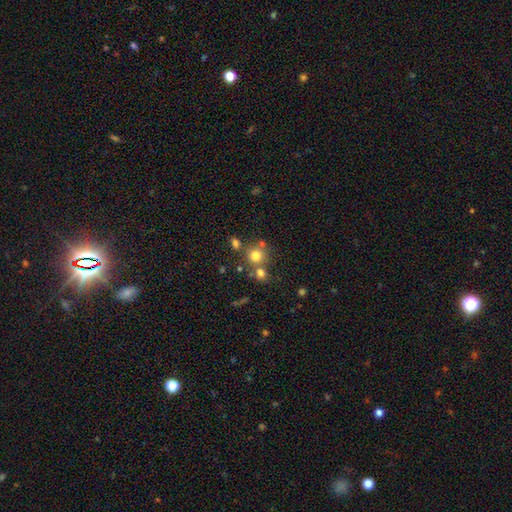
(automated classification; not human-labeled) Overall: smooth (74%). How rounded: round (89%). Merging: none (62%; merger 25%).